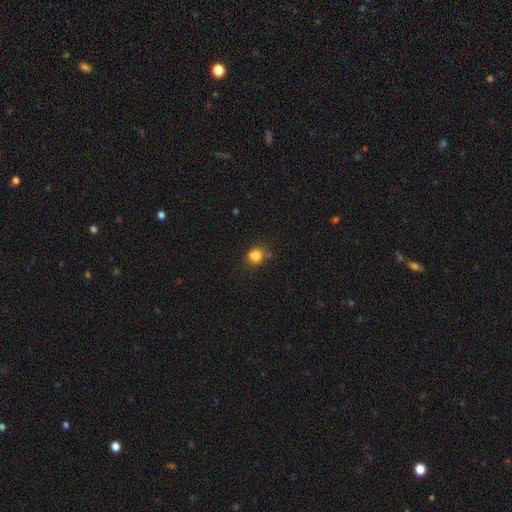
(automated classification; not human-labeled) Smooth or featured?
  - smooth: 81% *
  - star or artifact: 12%
  - featured or disk: 7%
How rounded?
  - round: 76% *
  - in between: 23%
  - cigar-shaped: 1%
Merging?
  - none: 67% *
  - minor disturbance: 20%
  - merger: 8%
  - major disturbance: 5%